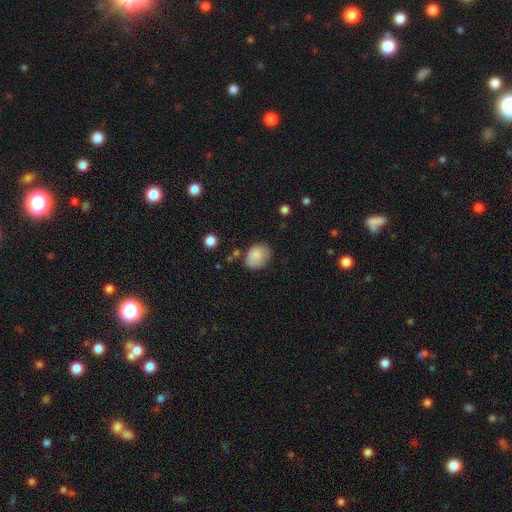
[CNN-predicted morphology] Q: Smooth or featured?
A: smooth (85%); runner-up: star or artifact (8%)
Q: How rounded?
A: in between (64%); runner-up: round (35%)
Q: Merging?
A: none (67%); runner-up: minor disturbance (23%)